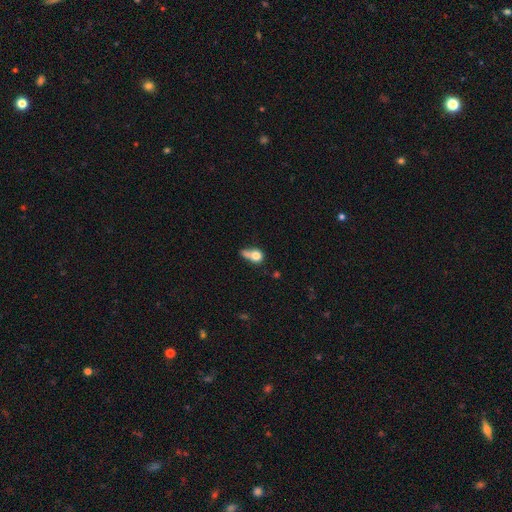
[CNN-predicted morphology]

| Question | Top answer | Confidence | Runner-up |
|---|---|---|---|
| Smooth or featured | smooth | 72% | featured or disk (17%) |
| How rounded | round | 56% | in between (39%) |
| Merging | merger | 29% | none (27%) |